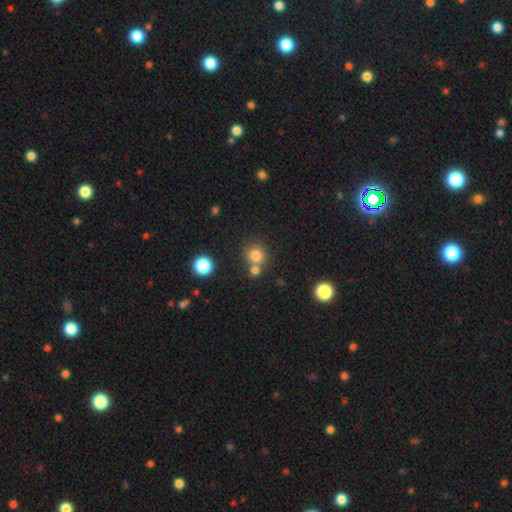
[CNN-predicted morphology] smooth-or-featured: smooth: 78% | star or artifact: 14% | featured or disk: 7%
  how-rounded: round: 90% | in between: 9% | cigar-shaped: 1%
  merging: none: 64% | merger: 25% | minor disturbance: 8% | major disturbance: 3%